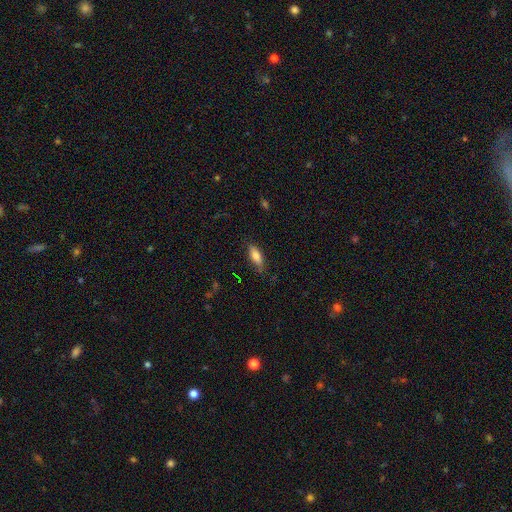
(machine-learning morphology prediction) smooth-or-featured: smooth: 76% | featured or disk: 16% | star or artifact: 7%
  how-rounded: in between: 70% | cigar-shaped: 28% | round: 2%
  merging: none: 77% | minor disturbance: 18% | major disturbance: 4% | merger: 1%